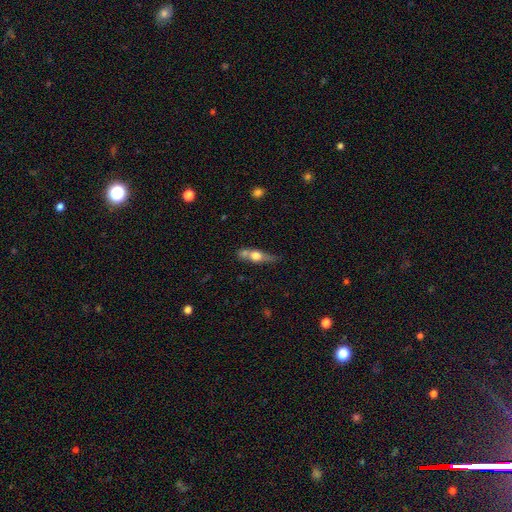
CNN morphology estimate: A smooth galaxy with no disk features (53%) that is in between round and cigar-shaped (44%). Merging: none (40%).